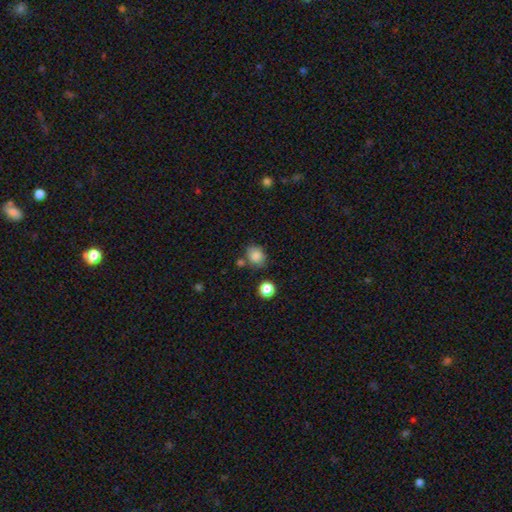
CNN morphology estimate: This appears to be a smooth galaxy with no disk features (84%) that is round (60%). Merging: none (71%).